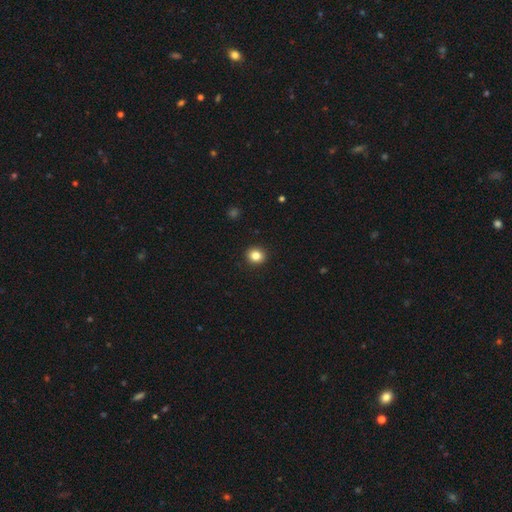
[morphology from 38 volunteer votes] A smooth galaxy with no disk features (92%) that is round (91%). Merging: none (89%).